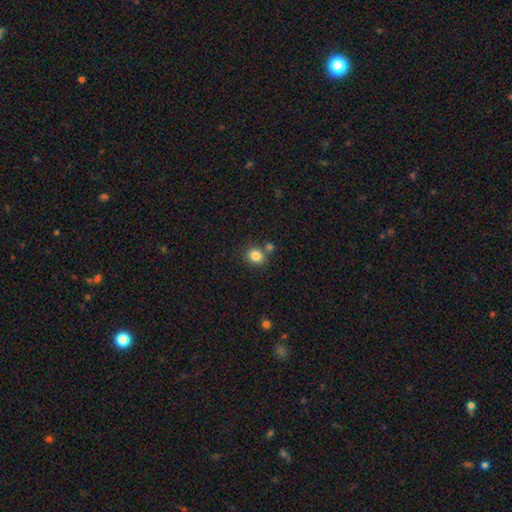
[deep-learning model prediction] A smooth galaxy with no disk features (83%) that is round (79%). Merging: none (71%).